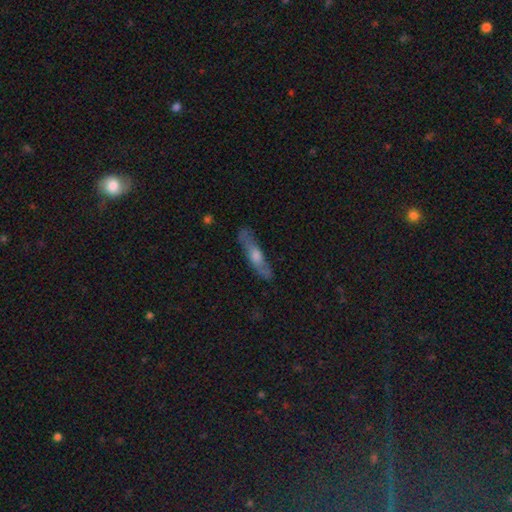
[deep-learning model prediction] Overall: featured or disk (53%; smooth 40%). Edge-on disk: yes (77%). Merging: none (81%).